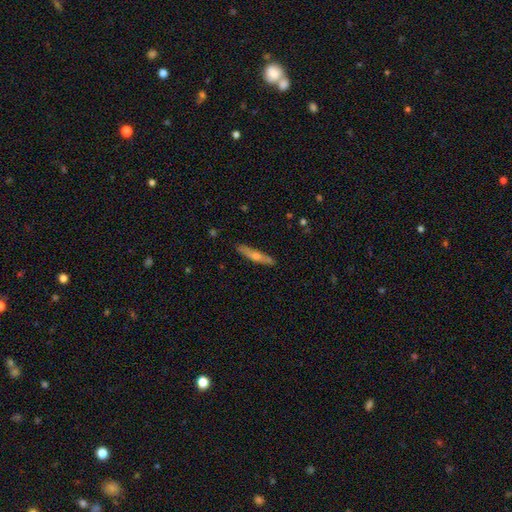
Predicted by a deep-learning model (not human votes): This appears to be a featured or disk galaxy (52%) viewed edge-on (93%). Merging: none (89%).